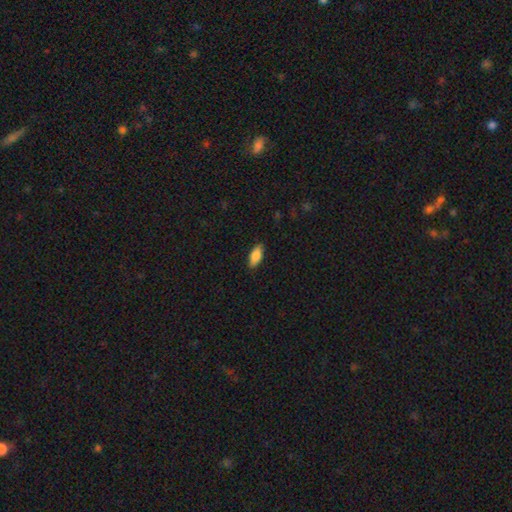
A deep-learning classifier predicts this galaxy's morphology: Smooth or featured?
  - smooth: 83% *
  - featured or disk: 11%
  - star or artifact: 6%
How rounded?
  - in between: 84% *
  - cigar-shaped: 14%
  - round: 2%
Merging?
  - none: 87% *
  - minor disturbance: 10%
  - major disturbance: 2%
  - merger: 1%